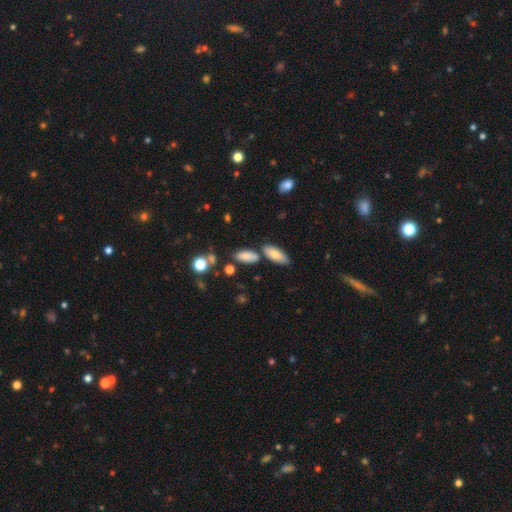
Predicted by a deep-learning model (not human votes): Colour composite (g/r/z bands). It shows a smooth galaxy with no disk features (50%). Merging: none (61%).